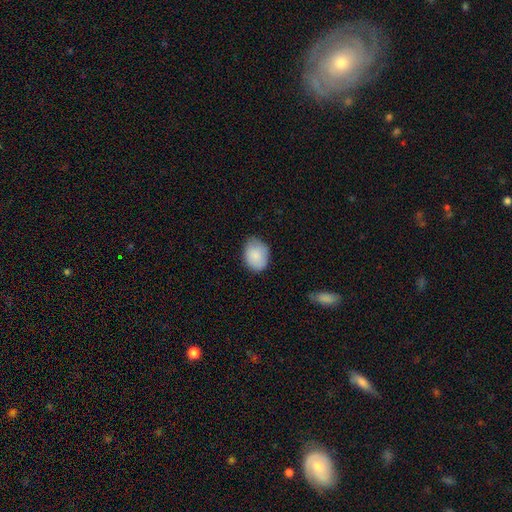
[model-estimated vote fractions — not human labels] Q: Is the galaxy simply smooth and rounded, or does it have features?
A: smooth — 85%.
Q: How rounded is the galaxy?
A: in between — 66%.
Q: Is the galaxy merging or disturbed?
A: none — 69%.